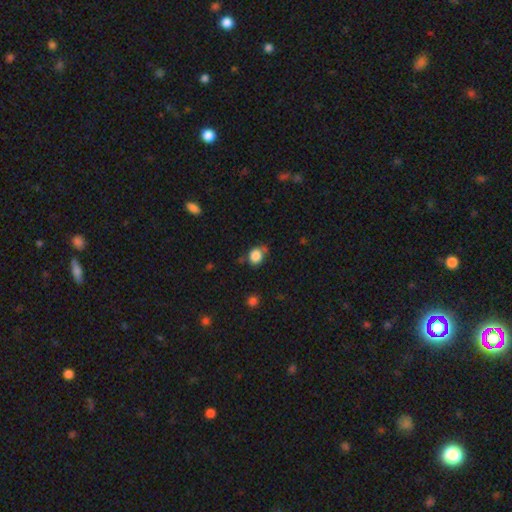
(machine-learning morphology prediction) Smooth or featured?
  - smooth: 84% *
  - star or artifact: 10%
  - featured or disk: 5%
How rounded?
  - round: 69% *
  - in between: 30%
  - cigar-shaped: 1%
Merging?
  - none: 63% *
  - minor disturbance: 23%
  - merger: 8%
  - major disturbance: 6%